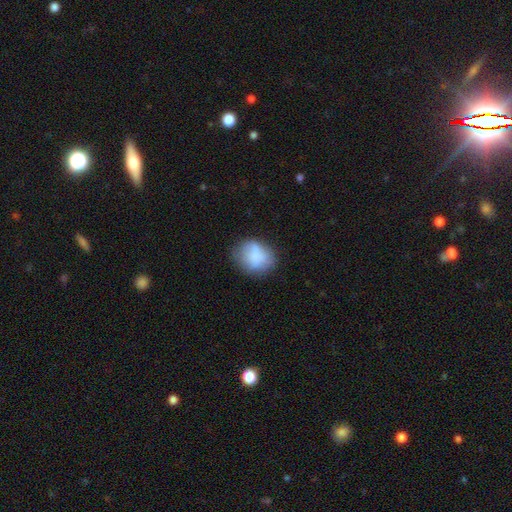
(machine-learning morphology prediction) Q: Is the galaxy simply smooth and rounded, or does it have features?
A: smooth — 76%.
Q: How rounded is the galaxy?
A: round — 57%.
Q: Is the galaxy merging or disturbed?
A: none — 62%.